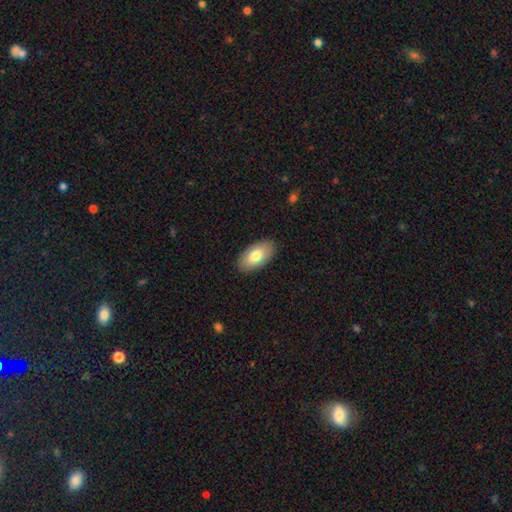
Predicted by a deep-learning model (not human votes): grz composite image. It shows a smooth galaxy with no disk features (78%) that is in between round and cigar-shaped (95%). Merging: none (88%).